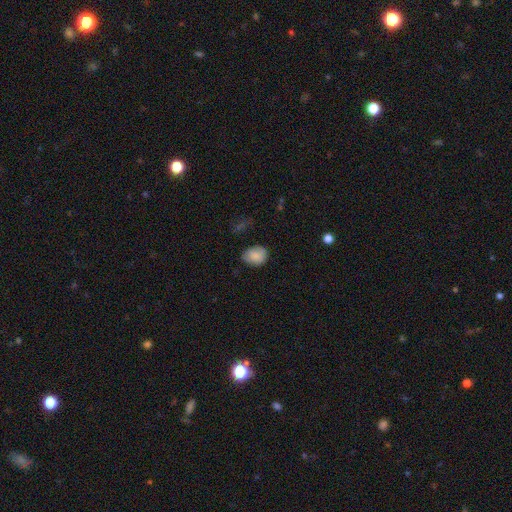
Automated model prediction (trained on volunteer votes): smooth_or_featured: smooth (p=0.83) [alt: featured or disk p=0.09]
how_rounded: in between (p=0.61) [alt: round p=0.38]
merging: none (p=0.65) [alt: minor disturbance p=0.27]